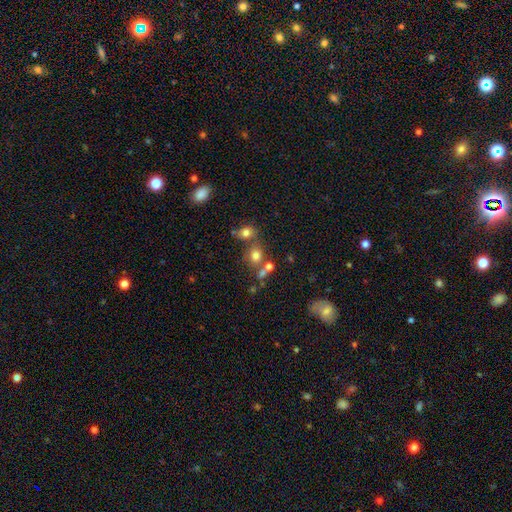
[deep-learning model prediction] Smooth or featured: smooth — 72% (star or artifact — 16%)
How rounded: round — 73% (in between — 25%)
Merging: none — 50% (merger — 34%)